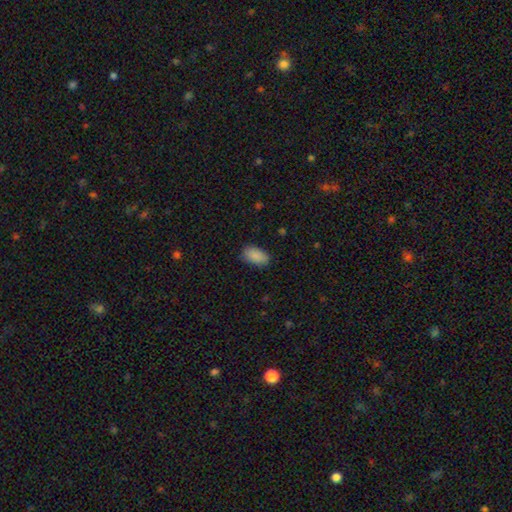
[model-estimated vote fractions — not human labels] smooth_or_featured: smooth (p=0.89) [alt: star or artifact p=0.07]
how_rounded: in between (p=0.93) [alt: round p=0.04]
merging: none (p=0.83) [alt: minor disturbance p=0.13]